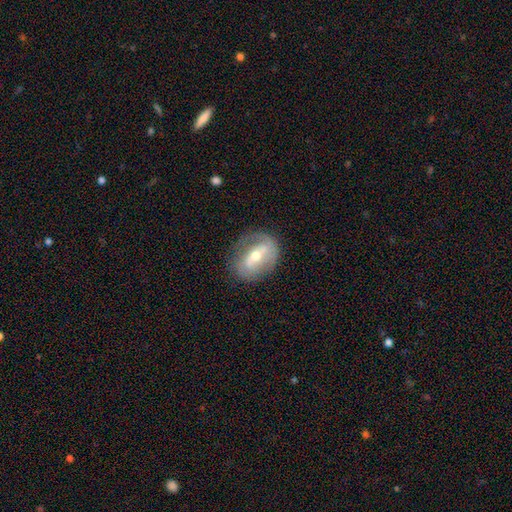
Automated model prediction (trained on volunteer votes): Morphology: type=featured or disk (68%); edge-on=no (93%); bar=strong (40%); spiral arms=yes (67%); bulge=moderate (66%); merging=none (71%).